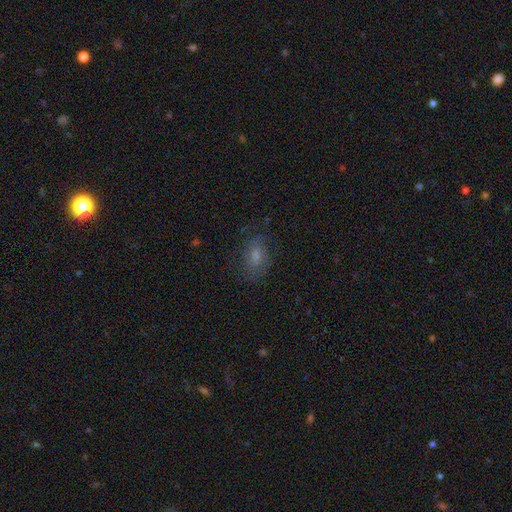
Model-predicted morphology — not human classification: This appears to be a smooth galaxy with no disk features (50%) that is in between round and cigar-shaped (78%). Merging: none (74%).